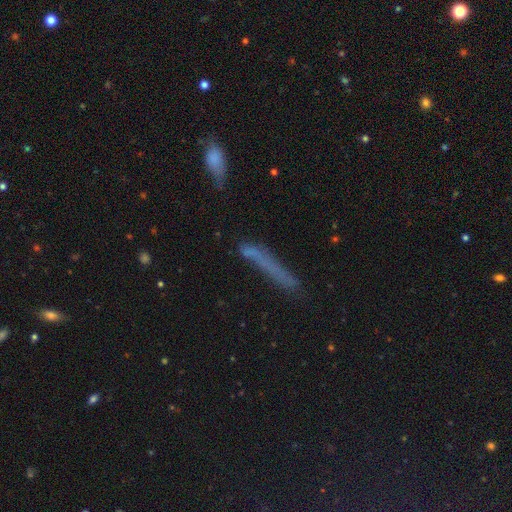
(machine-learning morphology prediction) type=smooth (59%); roundness=cigar-shaped (94%); merging=none (67%).